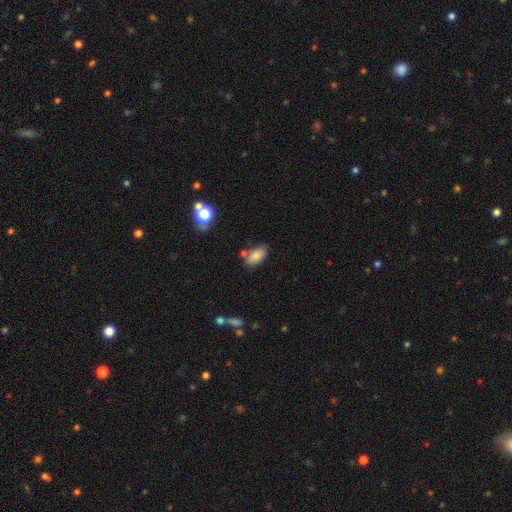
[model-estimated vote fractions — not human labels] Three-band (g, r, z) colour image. It shows a smooth galaxy with no disk features (82%) that is in between round and cigar-shaped (91%). Merging: none (68%).